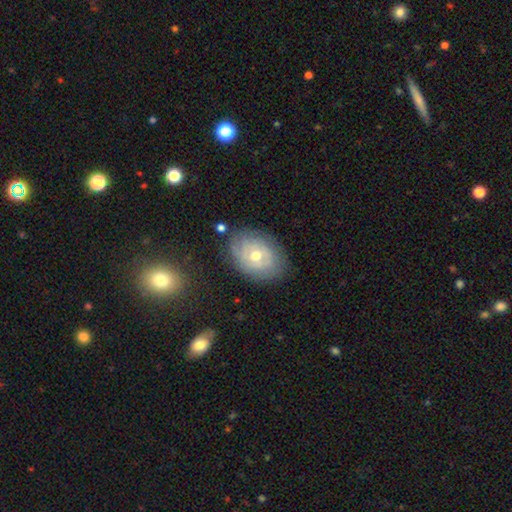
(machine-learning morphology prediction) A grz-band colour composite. It shows a featured or disk galaxy (64%) with no bar (72%), spiral arms (66%) and a moderate central bulge (71%). Merging: none (74%).